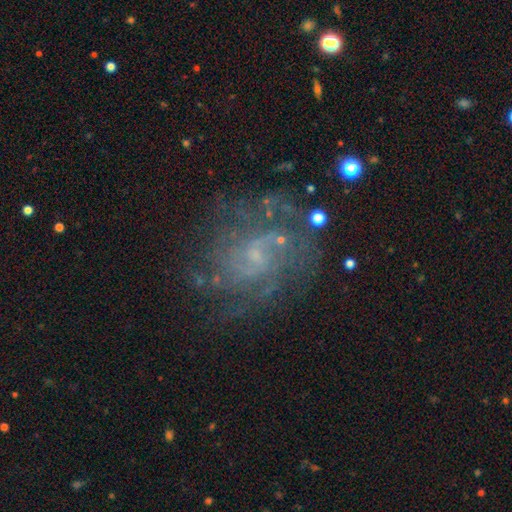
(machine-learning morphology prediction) featured or disk 78%, star or artifact 11%, smooth 10%. Down the decision tree: edge-on disk — no (98%); bar — no (53%); spiral arms — yes (87%); spiral arm count — can't tell (39%); spiral winding — medium (43%); bulge size — small (63%); merging — none (66%).